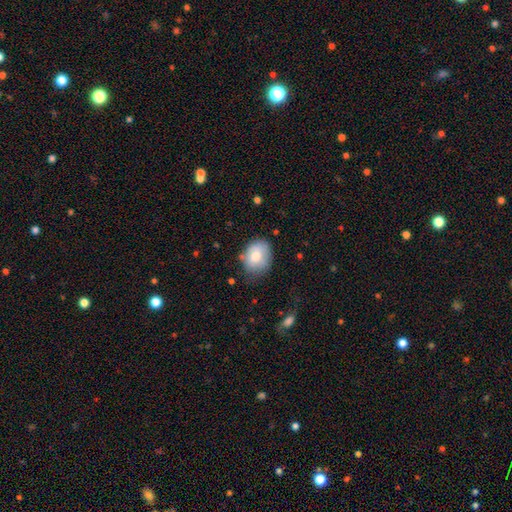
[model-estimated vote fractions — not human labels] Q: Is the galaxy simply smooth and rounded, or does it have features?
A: smooth — 76%.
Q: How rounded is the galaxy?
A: in between — 57%.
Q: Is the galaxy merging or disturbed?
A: none — 67%.